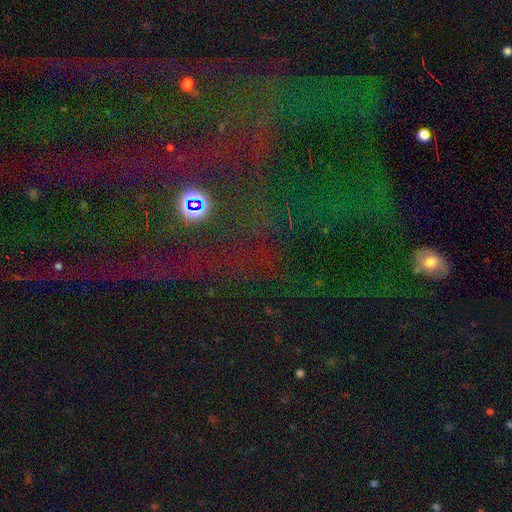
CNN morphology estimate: A star or artifact, not a galaxy (78%).

Vote fractions:
- Smooth or featured? star or artifact: 78% / smooth: 12% / featured or disk: 10%